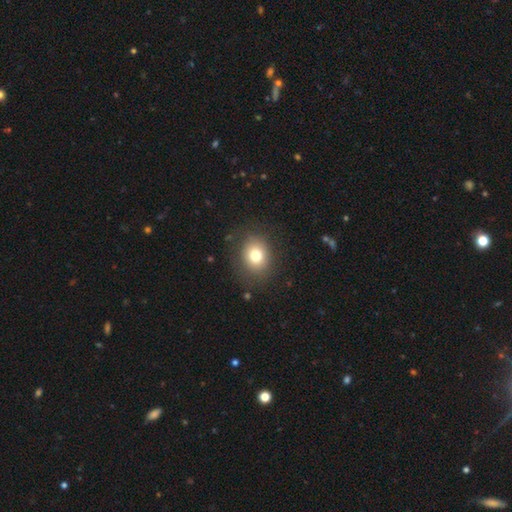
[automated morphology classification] A smooth galaxy with no disk features (77%) that is round (63%). Merging: none (84%).